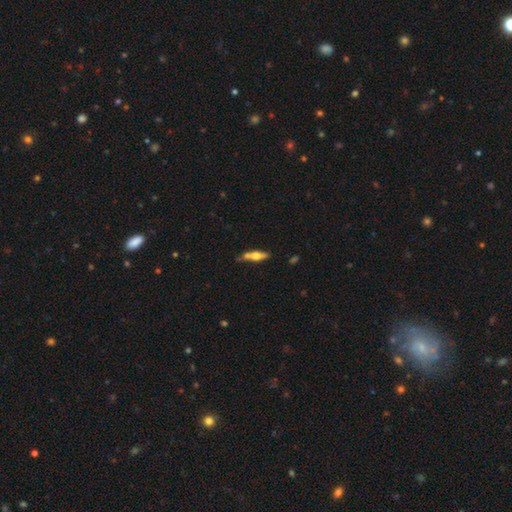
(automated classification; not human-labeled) Overall: featured or disk (49%; smooth 45%). Merging: none (58%; minor disturbance 19%).